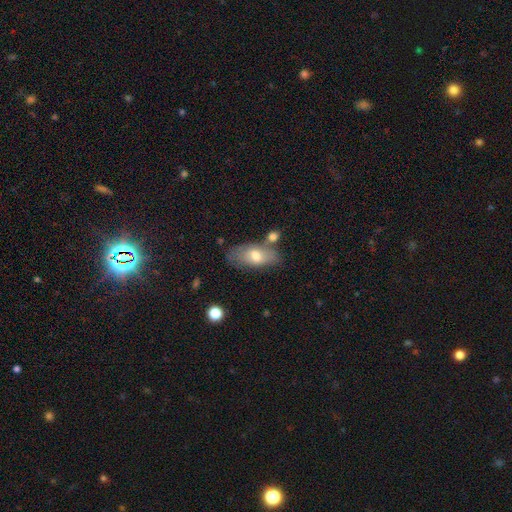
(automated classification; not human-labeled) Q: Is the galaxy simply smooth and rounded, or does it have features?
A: smooth — 64%.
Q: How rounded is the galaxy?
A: in between — 87%.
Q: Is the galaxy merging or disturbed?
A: none — 61%.